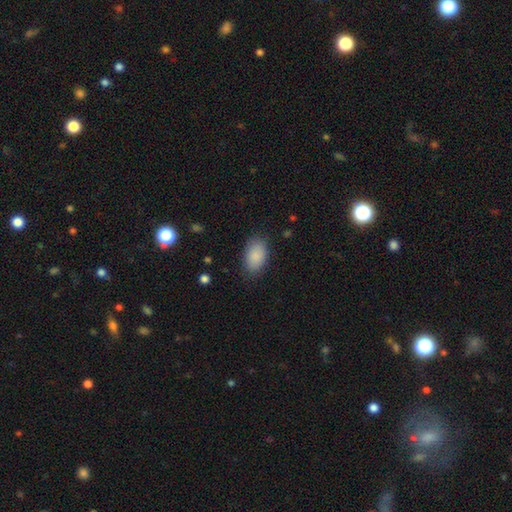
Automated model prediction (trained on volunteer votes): Morphology: type=smooth (89%); roundness=in between (91%); merging=none (83%).